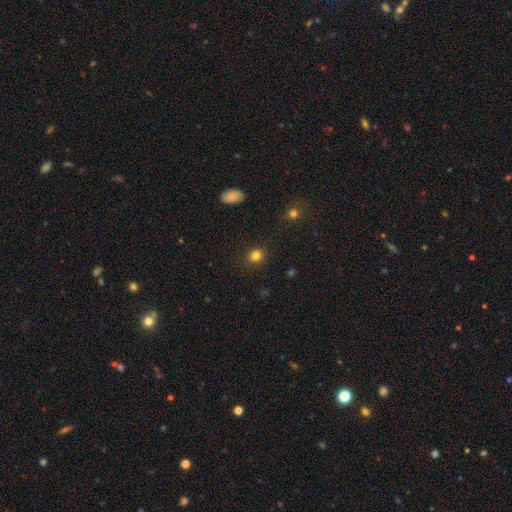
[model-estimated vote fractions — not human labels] Q: Smooth or featured?
A: smooth (82%); runner-up: star or artifact (13%)
Q: How rounded?
A: round (82%); runner-up: in between (18%)
Q: Merging?
A: none (89%); runner-up: minor disturbance (7%)